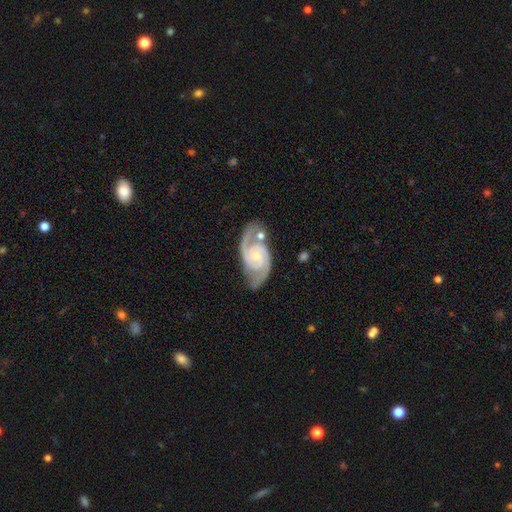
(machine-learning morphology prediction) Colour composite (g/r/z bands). It shows a featured or disk galaxy (91%) with no bar (57%), 2 (91%) medium (52%) spiral arms (98%) and a small central bulge (65%). Merging: none (71%).